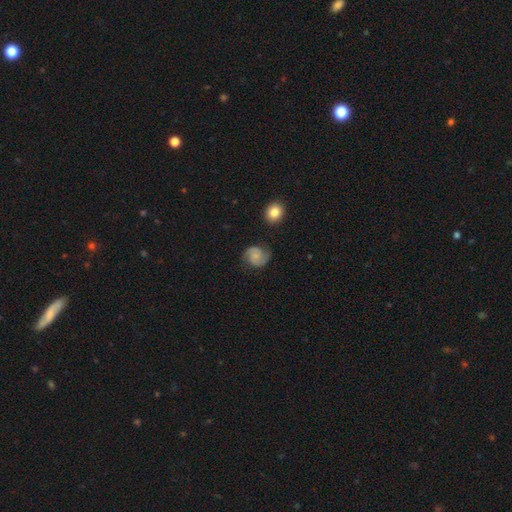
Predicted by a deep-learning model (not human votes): Smooth or featured? featured or disk (70%)
Edge-on disk? no (98%)
Bar? no (66%)
Spiral arms? yes (95%)
Spiral winding? medium (46%)
Spiral arm count? 2 (88%)
Bulge size? small (58%)
Merging? none (77%)